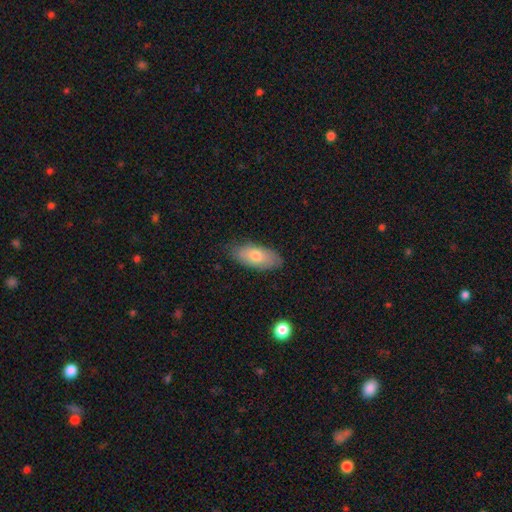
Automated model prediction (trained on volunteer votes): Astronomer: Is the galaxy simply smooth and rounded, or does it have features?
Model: smooth — 74%.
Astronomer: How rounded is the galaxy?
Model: in between — 89%.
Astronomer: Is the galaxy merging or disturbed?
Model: none — 80%.